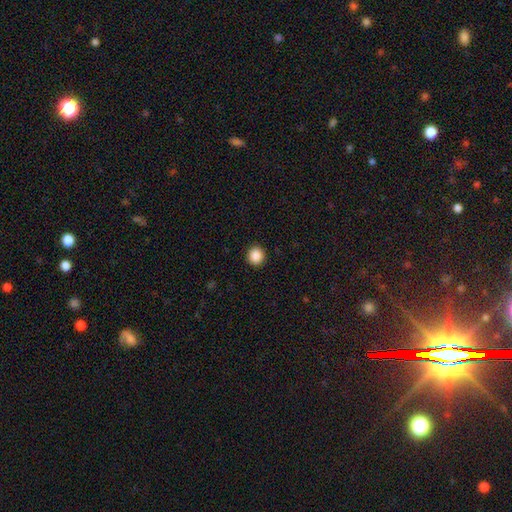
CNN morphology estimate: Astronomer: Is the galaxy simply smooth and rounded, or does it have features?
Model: smooth — 88%.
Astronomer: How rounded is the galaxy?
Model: round — 93%.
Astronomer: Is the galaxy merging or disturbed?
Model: none — 93%.